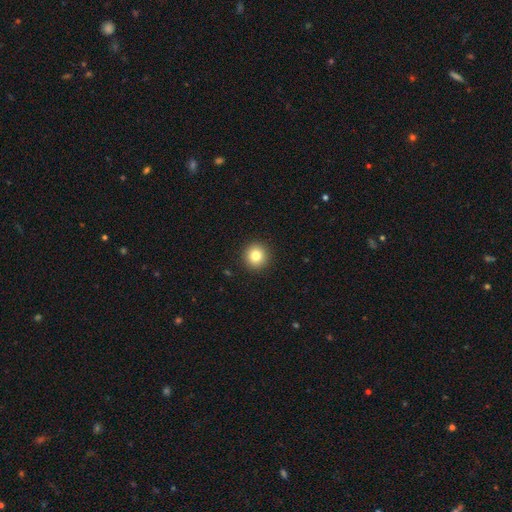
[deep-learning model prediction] Smooth or featured: smooth — 81% (star or artifact — 11%)
How rounded: round — 94% (in between — 5%)
Merging: none — 93% (minor disturbance — 5%)